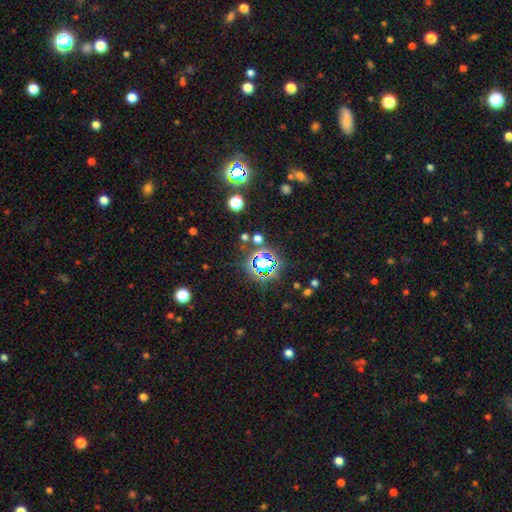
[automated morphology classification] This appears to be a star or artifact, not a galaxy (69%).